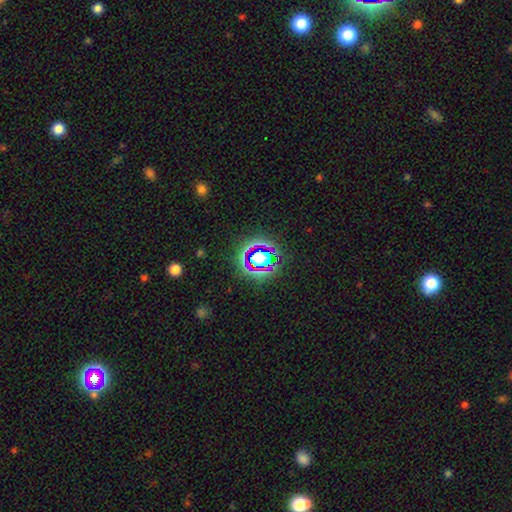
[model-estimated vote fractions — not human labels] Q: Smooth or featured?
A: star or artifact (61%); runner-up: smooth (27%)